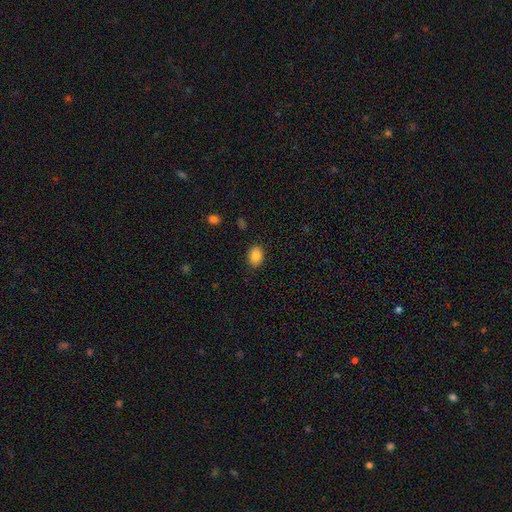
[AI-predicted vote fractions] Smooth or featured? Predicted: smooth (p=0.86). How rounded? Predicted: in between (p=0.67). Merging? Predicted: none (p=0.87).